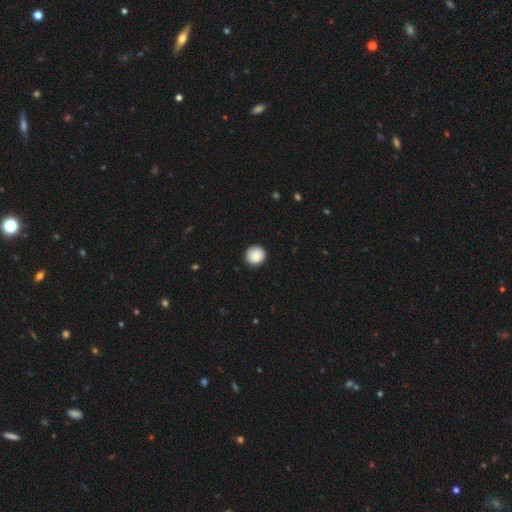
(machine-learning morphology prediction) smooth-or-featured: smooth: 83% | featured or disk: 9% | star or artifact: 7%
  how-rounded: round: 94% | in between: 6% | cigar-shaped: 1%
  merging: none: 89% | minor disturbance: 8% | major disturbance: 2% | merger: 1%